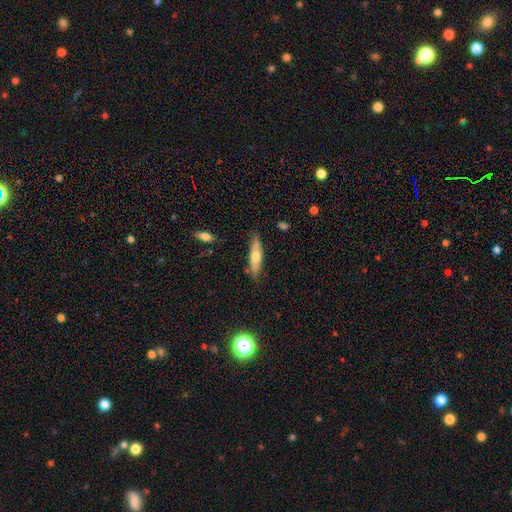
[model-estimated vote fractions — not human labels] This appears to be a smooth galaxy with no disk features (53%) that is cigar-shaped (78%). Merging: none (84%).